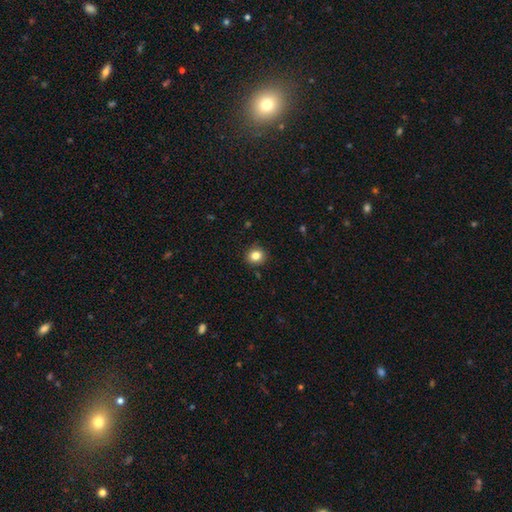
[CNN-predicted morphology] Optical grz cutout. It shows a smooth galaxy with no disk features (83%) that is round (85%). Merging: none (90%).